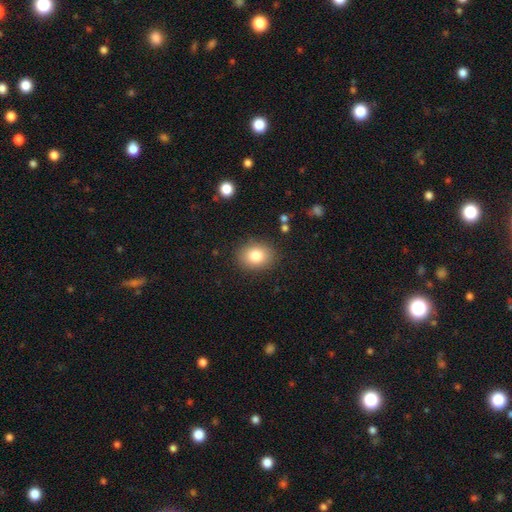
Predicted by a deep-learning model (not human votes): This is clearly a smooth galaxy (82%). How rounded: possibly in between (50%). Merging: clearly none (87%).